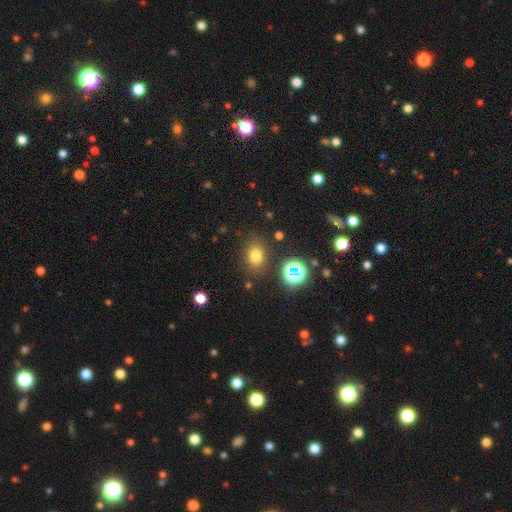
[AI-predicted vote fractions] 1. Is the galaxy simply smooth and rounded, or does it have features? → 71% smooth, 20% star or artifact, 9% featured or disk.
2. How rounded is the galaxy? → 51% in between, 47% round, 1% cigar-shaped.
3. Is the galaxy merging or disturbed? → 82% none, 10% minor disturbance, 4% major disturbance, 3% merger.